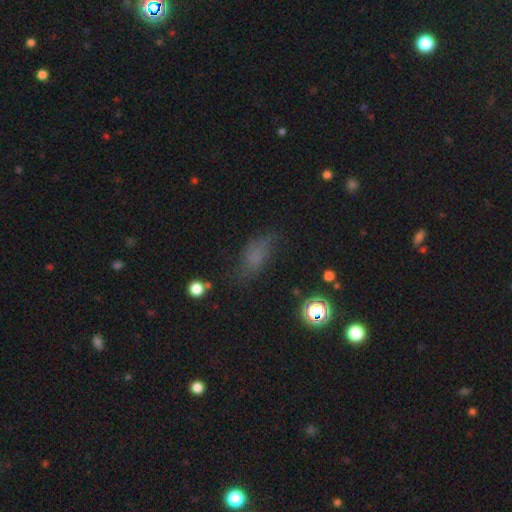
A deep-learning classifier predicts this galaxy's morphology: smooth_or_featured: smooth (p=0.61) [alt: star or artifact p=0.22]
how_rounded: in between (p=0.77) [alt: cigar-shaped p=0.14]
merging: none (p=0.58) [alt: minor disturbance p=0.24]